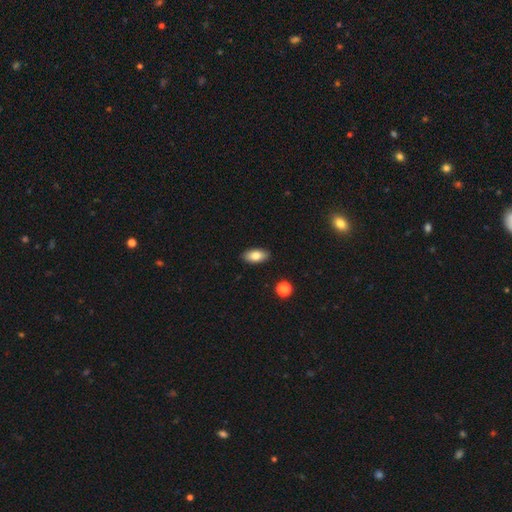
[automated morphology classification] This appears to be a smooth galaxy with no disk features (81%) that is in between round and cigar-shaped (90%). Merging: none (88%).